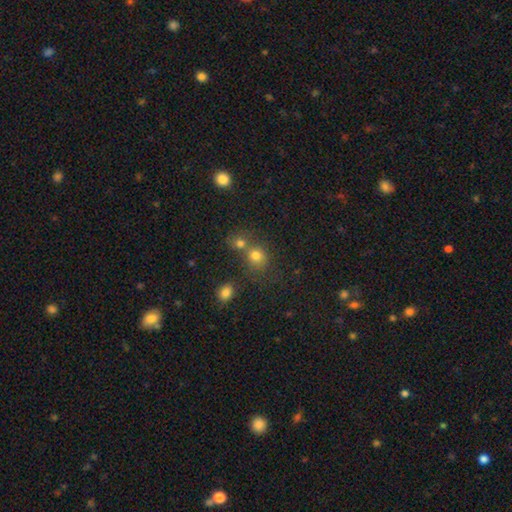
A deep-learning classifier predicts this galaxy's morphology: Smooth or featured: smooth — 77% (star or artifact — 15%)
How rounded: round — 80% (in between — 19%)
Merging: none — 50% (merger — 37%)